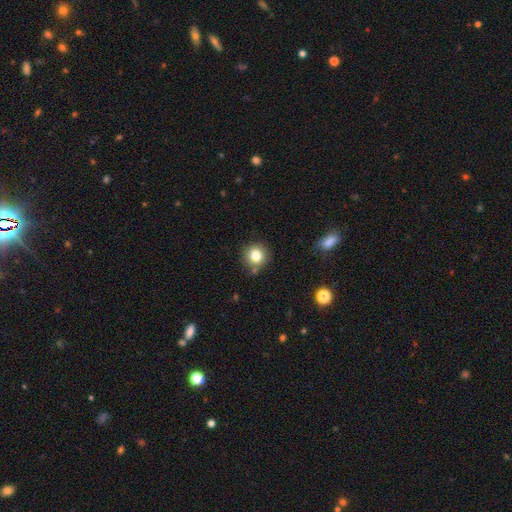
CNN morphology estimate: The model was most divided on "smooth or featured": smooth: 80%, star or artifact: 12%, featured or disk: 8%. More confident: how rounded — round (92%); merging — none (84%).